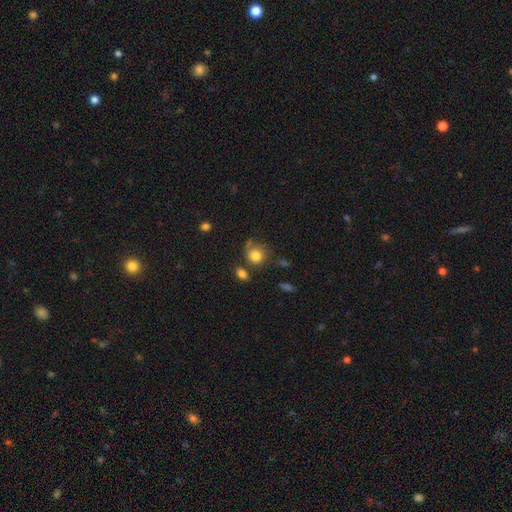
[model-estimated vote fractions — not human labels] Morphology: type=smooth (81%); roundness=round (80%); merging=none (60%).